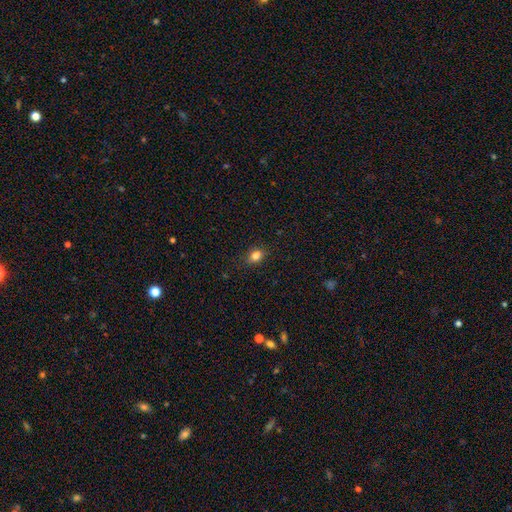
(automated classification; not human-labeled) smooth 82%, star or artifact 12%, featured or disk 6%. Down the decision tree: how rounded — in between (62%); merging — none (84%).